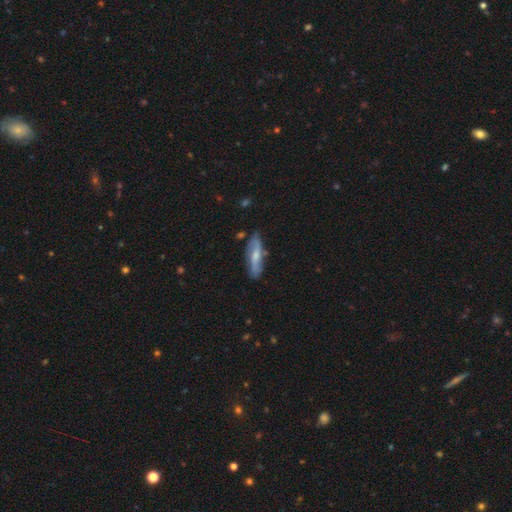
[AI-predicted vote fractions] This appears to be a featured or disk galaxy (51%). Merging: none (76%).